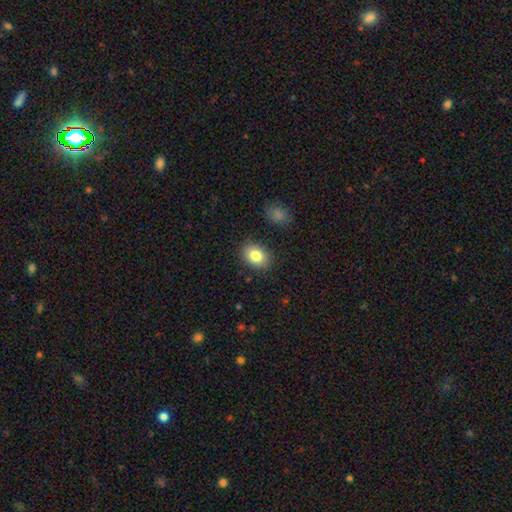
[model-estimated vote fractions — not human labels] A smooth galaxy with no disk features (83%) that is in between round and cigar-shaped (66%). Merging: none (86%).